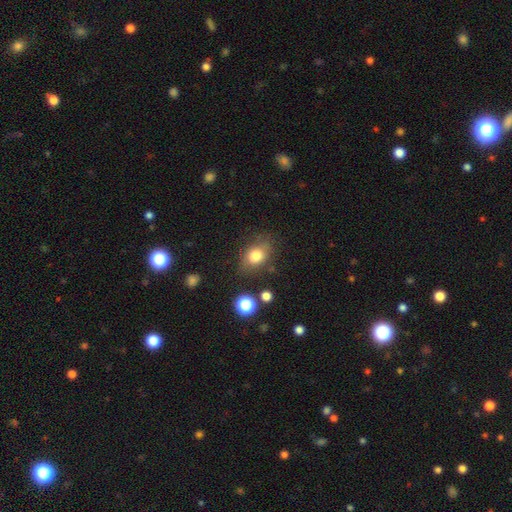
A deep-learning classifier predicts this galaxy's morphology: Smooth or featured? Predicted: smooth (p=0.79). How rounded? Predicted: in between (p=0.61). Merging? Predicted: none (p=0.73).